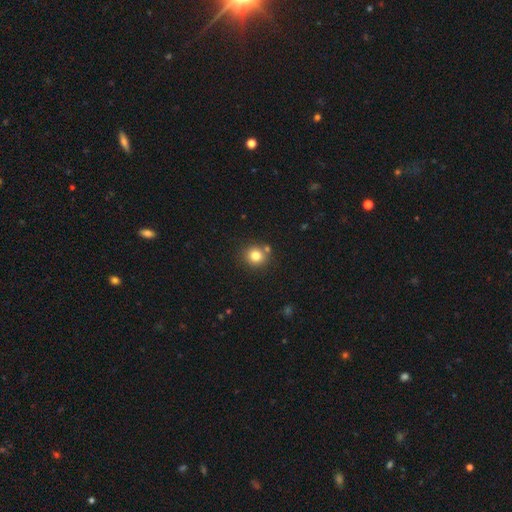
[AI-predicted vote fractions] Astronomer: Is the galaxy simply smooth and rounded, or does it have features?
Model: smooth — 80%.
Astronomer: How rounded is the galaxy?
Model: round — 89%.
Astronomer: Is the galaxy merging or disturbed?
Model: none — 77%.